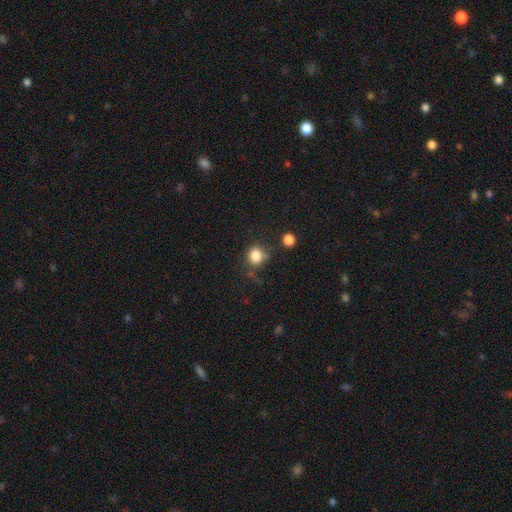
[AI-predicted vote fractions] The model was most divided on "merging": none: 63%, minor disturbance: 19%, merger: 9%, major disturbance: 8%. More confident: smooth or featured — smooth (83%); how rounded — round (77%).